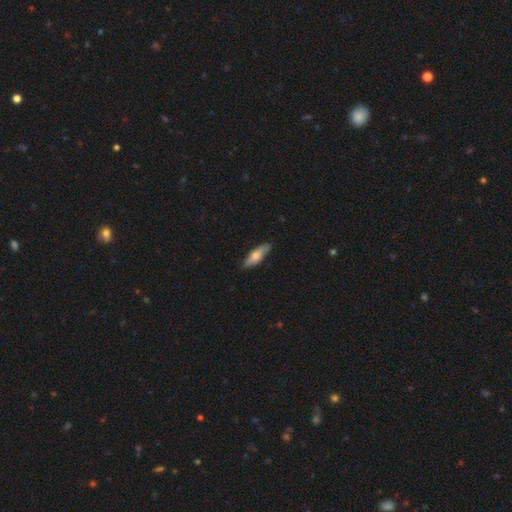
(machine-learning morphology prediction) A smooth galaxy with no disk features (62%) that is in between round and cigar-shaped (50%). Merging: none (82%).